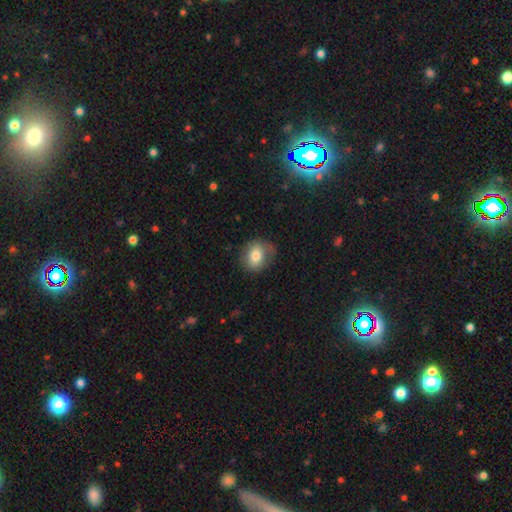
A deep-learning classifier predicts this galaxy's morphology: smooth 76%, featured or disk 16%, star or artifact 8%. Down the decision tree: how rounded — round (58%); merging — none (71%).